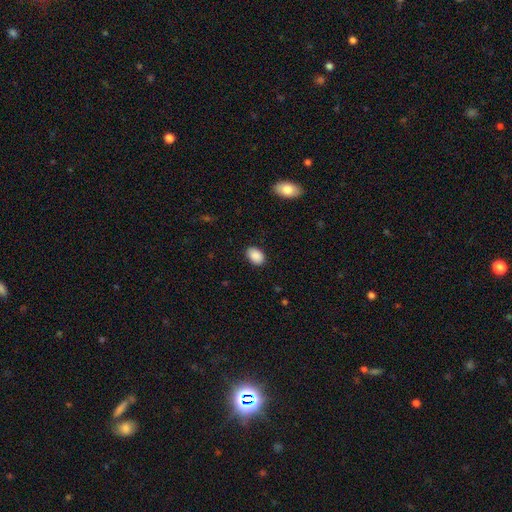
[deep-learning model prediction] The model was most divided on "how rounded": in between: 82%, round: 17%, cigar-shaped: 1%. More confident: smooth or featured — smooth (89%); merging — none (87%).